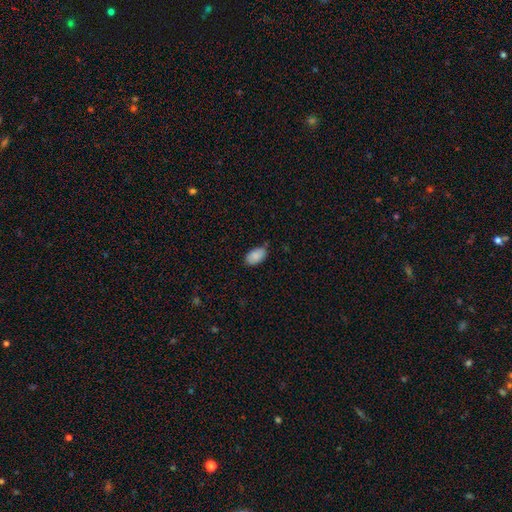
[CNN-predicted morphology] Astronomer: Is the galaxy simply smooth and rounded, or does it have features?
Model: smooth — 87%.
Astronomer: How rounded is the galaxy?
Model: in between — 93%.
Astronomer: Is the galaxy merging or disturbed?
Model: none — 74%.